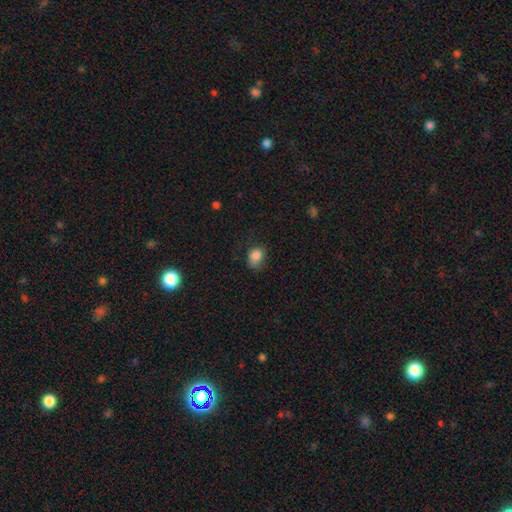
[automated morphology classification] A smooth galaxy with no disk features (84%) that is in between round and cigar-shaped (55%). Merging: none (60%).